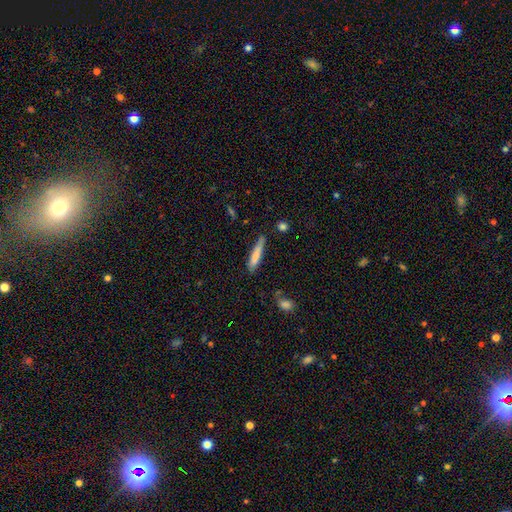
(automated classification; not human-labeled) Q: Smooth or featured?
A: smooth (76%); runner-up: featured or disk (18%)
Q: How rounded?
A: cigar-shaped (90%); runner-up: in between (9%)
Q: Merging?
A: none (75%); runner-up: minor disturbance (19%)